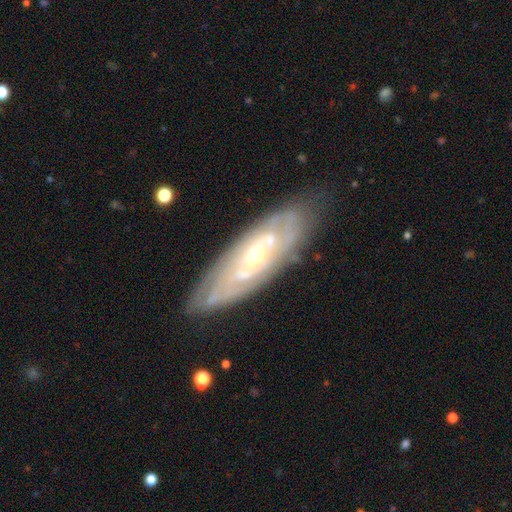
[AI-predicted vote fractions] Morphology: type=featured or disk (79%); edge-on=no (82%); bar=no (58%); spiral arms=yes (79%); winding=tight (70%); arm count=can't tell (60%); bulge=small (56%); merging=none (79%).